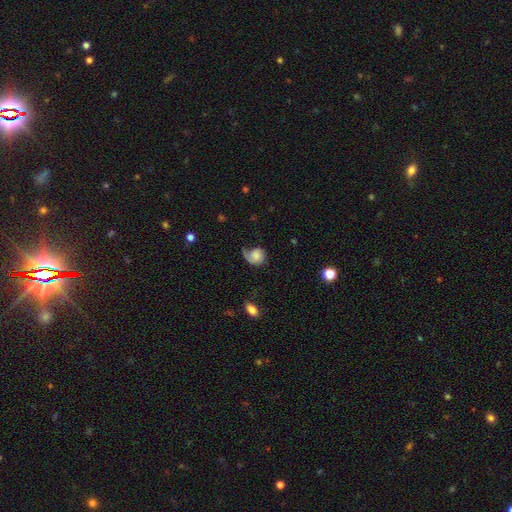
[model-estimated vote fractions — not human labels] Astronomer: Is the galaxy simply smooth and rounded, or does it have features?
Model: smooth — 49% (runner-up: featured or disk, 42%).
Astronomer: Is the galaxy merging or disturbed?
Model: none — 39% (runner-up: major disturbance, 31%).